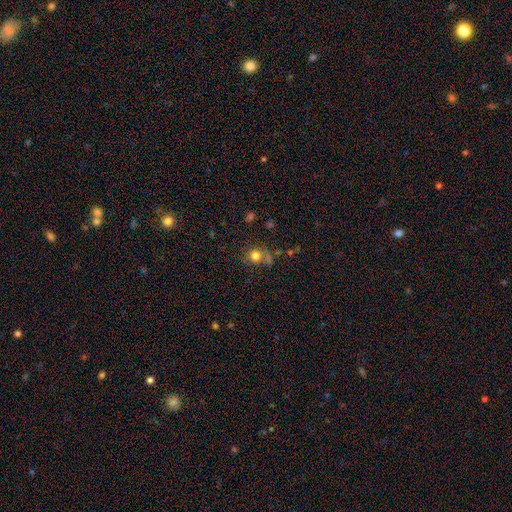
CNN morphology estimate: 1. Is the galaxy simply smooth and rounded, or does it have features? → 77% smooth, 14% star or artifact, 8% featured or disk.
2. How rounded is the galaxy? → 82% round, 17% in between, 1% cigar-shaped.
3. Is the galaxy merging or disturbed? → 61% none, 18% minor disturbance, 11% merger, 10% major disturbance.